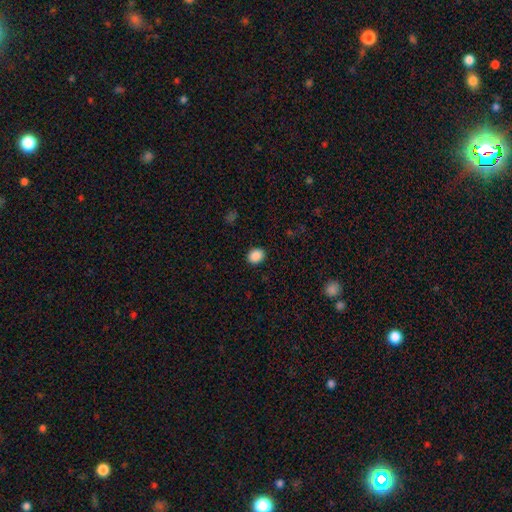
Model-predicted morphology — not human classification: A smooth galaxy with no disk features (89%) that is in between round and cigar-shaped (59%).

Vote fractions:
- Smooth or featured? smooth: 89% / star or artifact: 9% / featured or disk: 3%
- How rounded? in between: 59% / round: 41% / cigar-shaped: 1%
- Merging? none: 89% / minor disturbance: 7% / major disturbance: 2% / merger: 1%